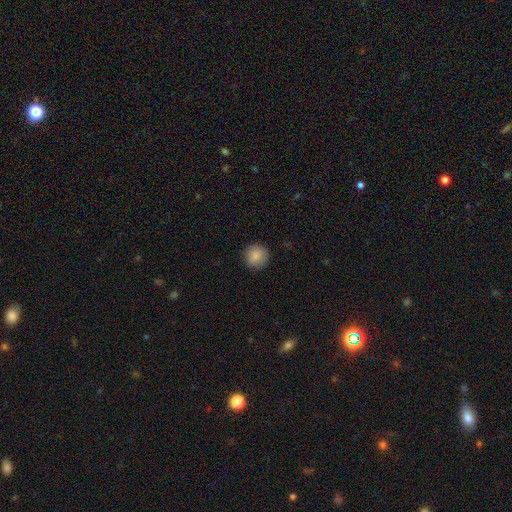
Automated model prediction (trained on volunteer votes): A smooth galaxy with no disk features (87%) that is round (94%).

Vote fractions:
- Smooth or featured? smooth: 87% / star or artifact: 8% / featured or disk: 4%
- How rounded? round: 94% / in between: 5% / cigar-shaped: 1%
- Merging? none: 89% / minor disturbance: 8% / major disturbance: 2% / merger: 1%